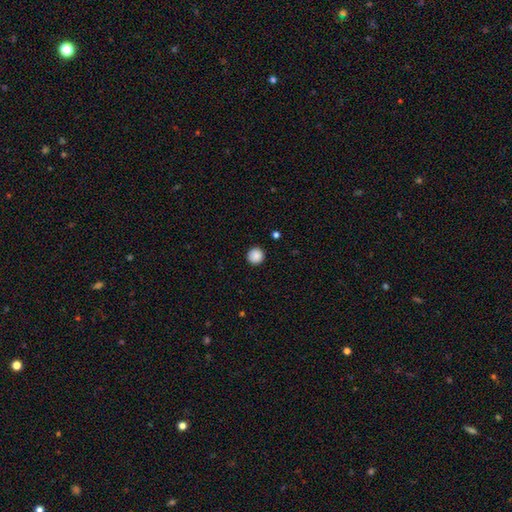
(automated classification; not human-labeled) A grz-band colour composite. It shows a smooth galaxy with no disk features (89%) that is round (96%). Merging: none (92%).